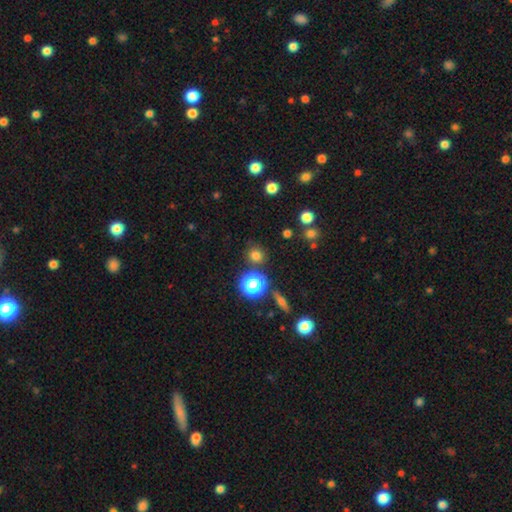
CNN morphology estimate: Smooth or featured? smooth (75%)
How rounded? round (87%)
Merging? none (83%)